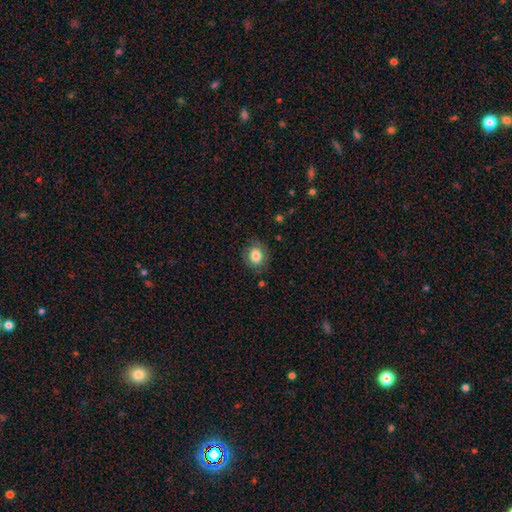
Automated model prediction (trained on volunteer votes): This is likely a smooth galaxy (79%). How rounded: possibly round (54%). Merging: likely none (79%).